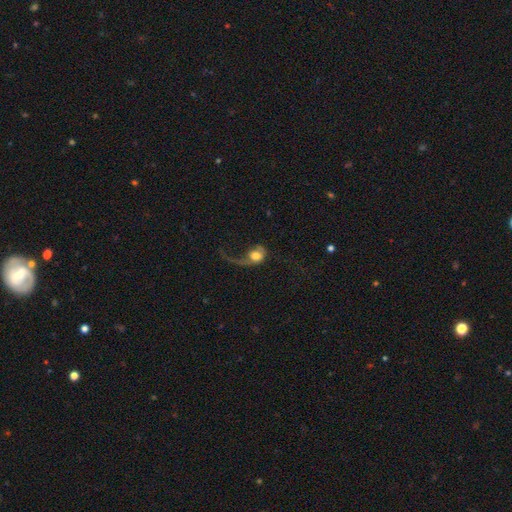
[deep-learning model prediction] smooth 51%, featured or disk 40%, star or artifact 9%. Down the decision tree: how rounded — round (57%); merging — major disturbance (64%).